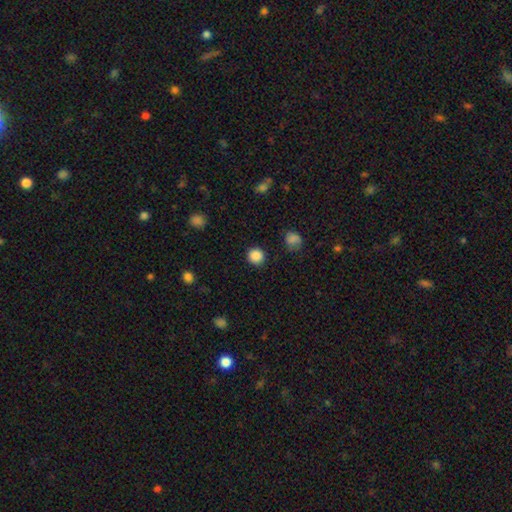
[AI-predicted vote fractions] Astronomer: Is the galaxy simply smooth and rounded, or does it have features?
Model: smooth — 87%.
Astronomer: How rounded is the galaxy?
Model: round — 93%.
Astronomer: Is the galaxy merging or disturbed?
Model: none — 90%.